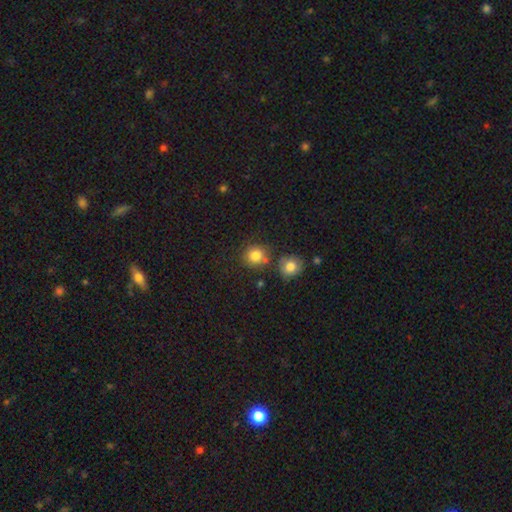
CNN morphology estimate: A smooth galaxy with no disk features (82%) that is round (86%).

Vote fractions:
- Smooth or featured? smooth: 82% / star or artifact: 11% / featured or disk: 7%
- How rounded? round: 86% / in between: 13% / cigar-shaped: 1%
- Merging? none: 72% / merger: 14% / minor disturbance: 11% / major disturbance: 4%